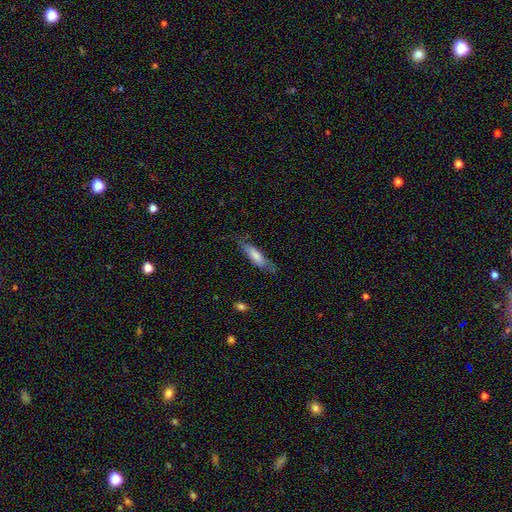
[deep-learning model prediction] smooth 73%, featured or disk 21%, star or artifact 6%. Down the decision tree: how rounded — cigar-shaped (66%); merging — none (69%).